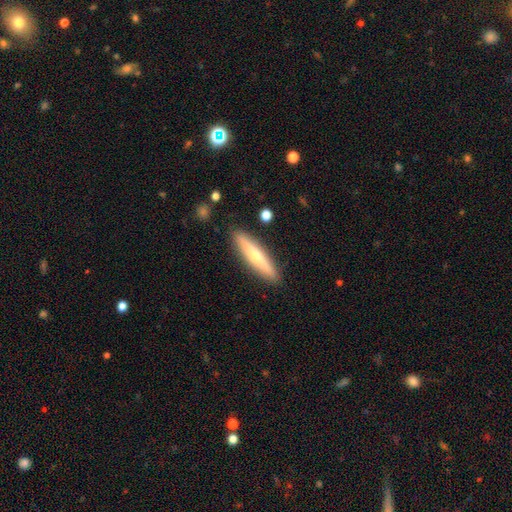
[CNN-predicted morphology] A featured or disk galaxy (52%) viewed edge-on (93%).

Vote fractions:
- Smooth or featured? featured or disk: 52% / smooth: 42% / star or artifact: 6%
- Edge-on disk? yes: 93% / no: 7%
- Merging? none: 90% / minor disturbance: 7% / major disturbance: 2% / merger: 1%